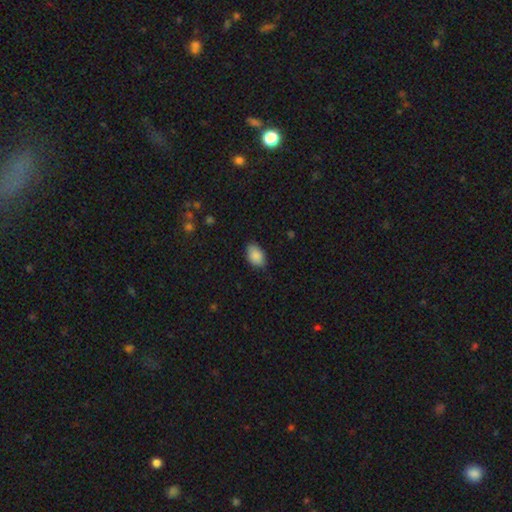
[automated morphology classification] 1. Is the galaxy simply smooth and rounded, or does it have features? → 87% smooth, 7% star or artifact, 5% featured or disk.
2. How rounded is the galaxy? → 89% in between, 9% round, 1% cigar-shaped.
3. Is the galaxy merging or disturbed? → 80% none, 16% minor disturbance, 3% major disturbance, 1% merger.